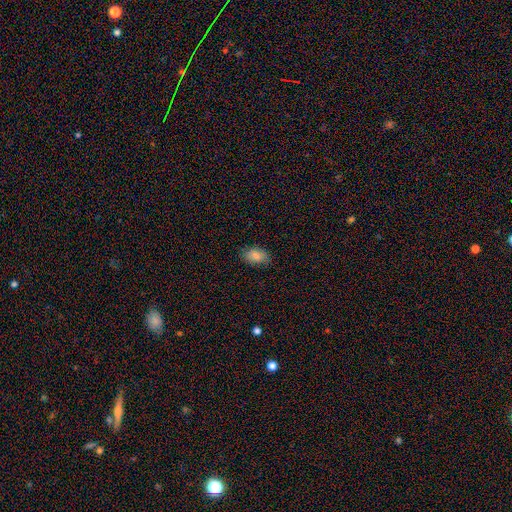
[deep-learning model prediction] smooth_or_featured: smooth (p=0.86) [alt: star or artifact p=0.08]
how_rounded: in between (p=0.88) [alt: round p=0.10]
merging: none (p=0.82) [alt: minor disturbance p=0.14]